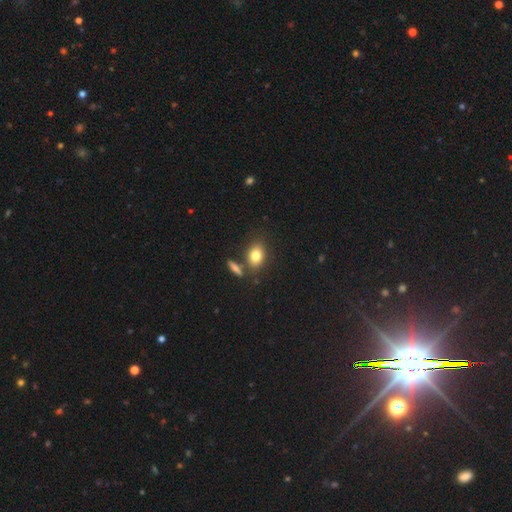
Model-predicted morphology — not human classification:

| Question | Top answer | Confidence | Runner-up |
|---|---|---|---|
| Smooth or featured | smooth | 80% | featured or disk (11%) |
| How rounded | in between | 74% | round (24%) |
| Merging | none | 69% | merger (16%) |